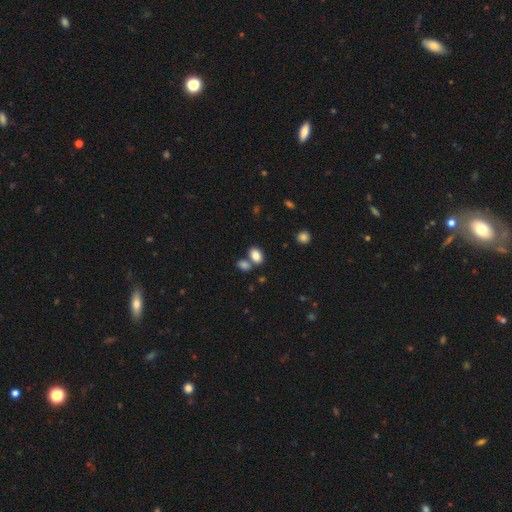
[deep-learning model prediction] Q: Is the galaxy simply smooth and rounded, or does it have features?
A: smooth — 85%.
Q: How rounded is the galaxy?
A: in between — 85%.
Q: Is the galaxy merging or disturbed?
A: none — 52%.